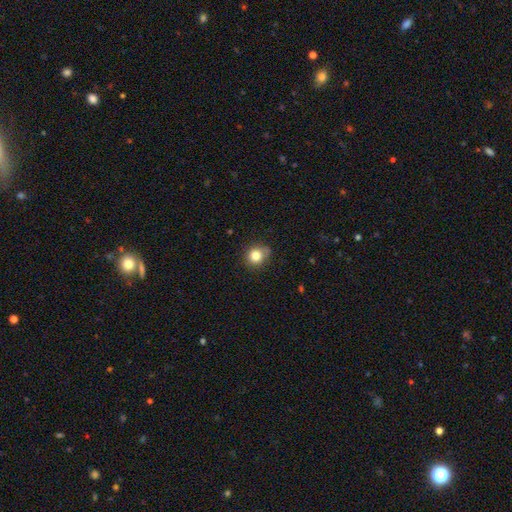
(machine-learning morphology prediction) This appears to be a smooth galaxy with no disk features (82%) that is round (80%). Merging: none (71%).